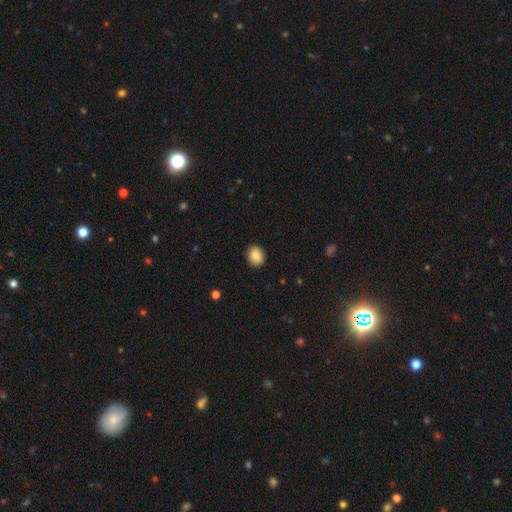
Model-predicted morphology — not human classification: Smooth or featured? smooth (87%)
How rounded? round (50%)
Merging? none (89%)